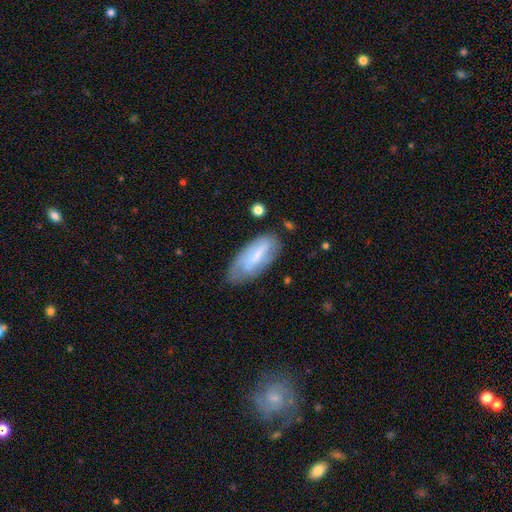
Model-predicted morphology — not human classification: Smooth or featured?
  - smooth: 54% *
  - featured or disk: 38%
  - star or artifact: 7%
How rounded?
  - in between: 75% *
  - cigar-shaped: 23%
  - round: 2%
Merging?
  - none: 57% *
  - minor disturbance: 29%
  - major disturbance: 10%
  - merger: 3%